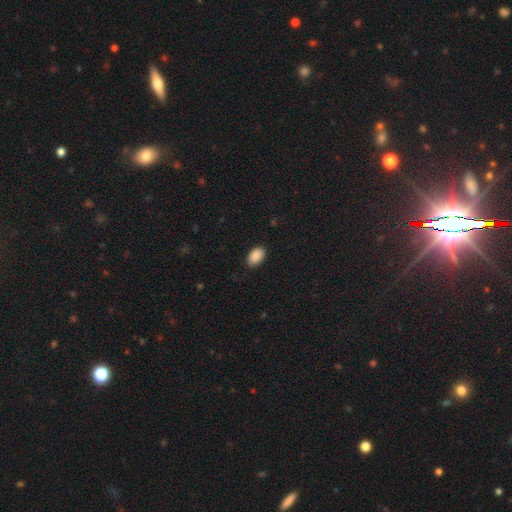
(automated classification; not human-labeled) Overall: smooth (90%). How rounded: in between (93%). Merging: none (86%).